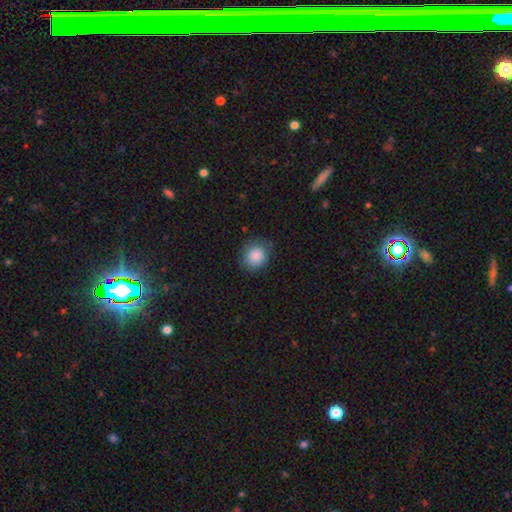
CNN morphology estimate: Q: Smooth or featured?
A: smooth (87%); runner-up: star or artifact (8%)
Q: How rounded?
A: round (76%); runner-up: in between (23%)
Q: Merging?
A: none (79%); runner-up: minor disturbance (16%)